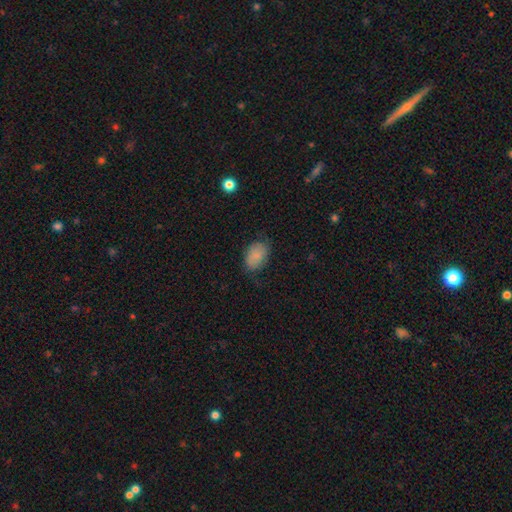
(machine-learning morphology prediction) Smooth or featured? Predicted: smooth (p=0.83). How rounded? Predicted: in between (p=0.86). Merging? Predicted: none (p=0.71).